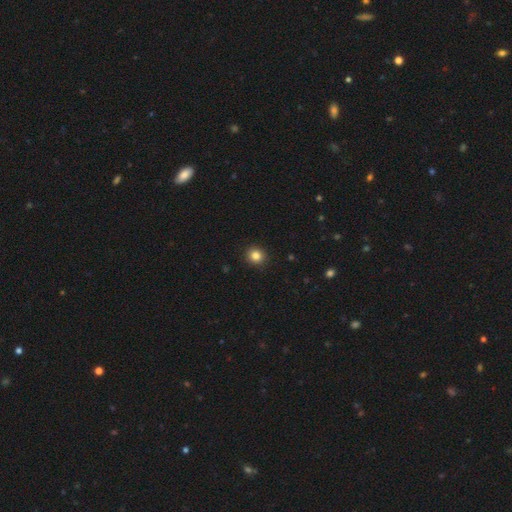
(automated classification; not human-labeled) Smooth or featured? smooth (84%)
How rounded? round (89%)
Merging? none (92%)